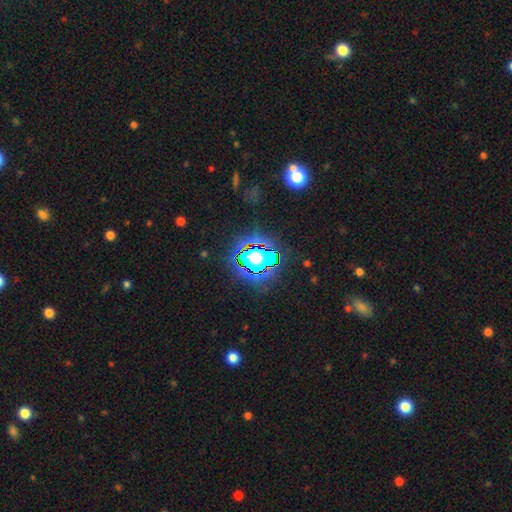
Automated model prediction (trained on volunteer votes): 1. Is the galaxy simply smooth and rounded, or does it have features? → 83% star or artifact, 10% smooth, 7% featured or disk.